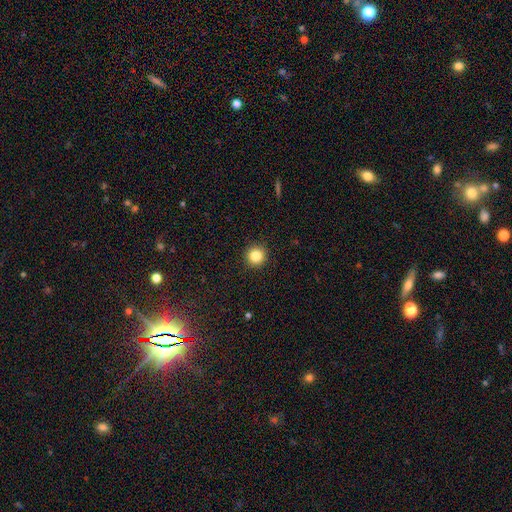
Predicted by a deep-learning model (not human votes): Q: Smooth or featured?
A: smooth (85%); runner-up: star or artifact (11%)
Q: How rounded?
A: round (94%); runner-up: in between (5%)
Q: Merging?
A: none (92%); runner-up: minor disturbance (5%)